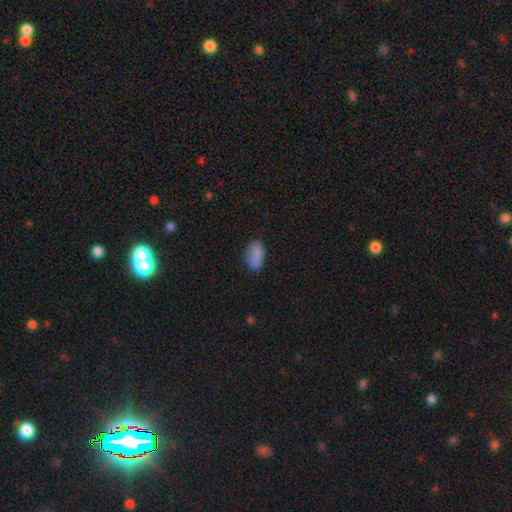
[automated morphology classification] This is clearly a smooth galaxy (86%). How rounded: clearly in between (93%). Merging: likely none (75%).